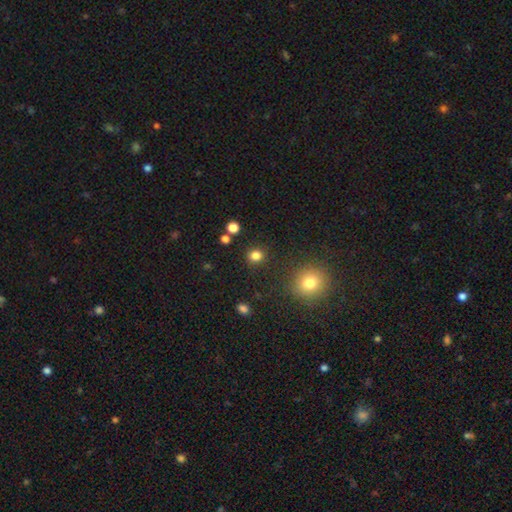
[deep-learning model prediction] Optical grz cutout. It shows a smooth galaxy with no disk features (82%) that is round (77%). Merging: none (86%).